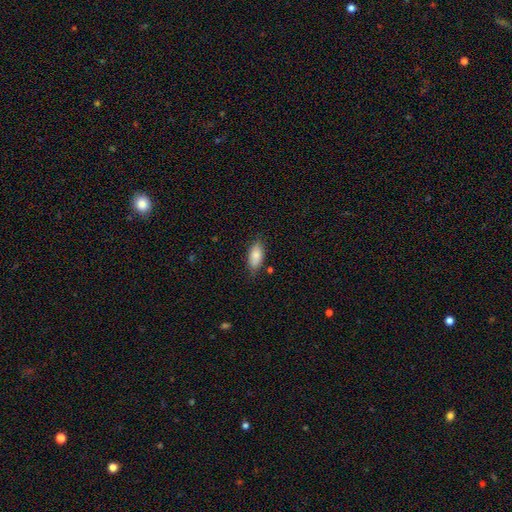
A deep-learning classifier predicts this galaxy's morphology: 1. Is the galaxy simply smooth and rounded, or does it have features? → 84% smooth, 10% featured or disk, 7% star or artifact.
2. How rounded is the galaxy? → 89% in between, 9% cigar-shaped, 2% round.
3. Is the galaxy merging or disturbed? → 77% none, 18% minor disturbance, 3% major disturbance, 2% merger.